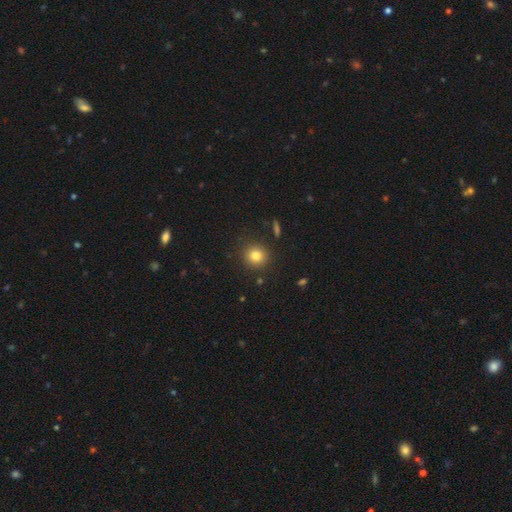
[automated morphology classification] This appears to be a smooth galaxy with no disk features (81%) that is round (90%). Merging: none (89%).